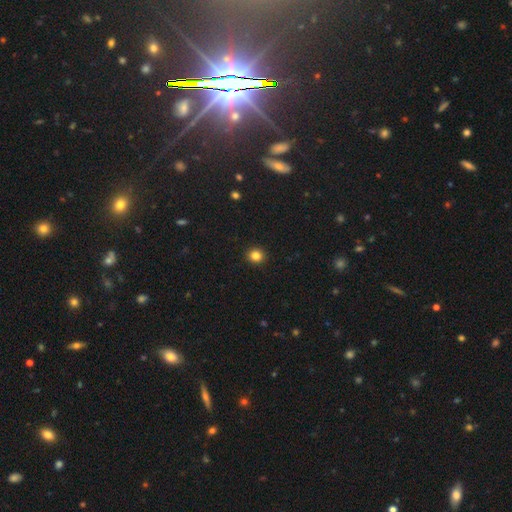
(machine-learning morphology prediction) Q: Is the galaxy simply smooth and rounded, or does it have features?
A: smooth — 84%.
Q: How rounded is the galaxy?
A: round — 88%.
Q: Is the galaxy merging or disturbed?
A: none — 93%.